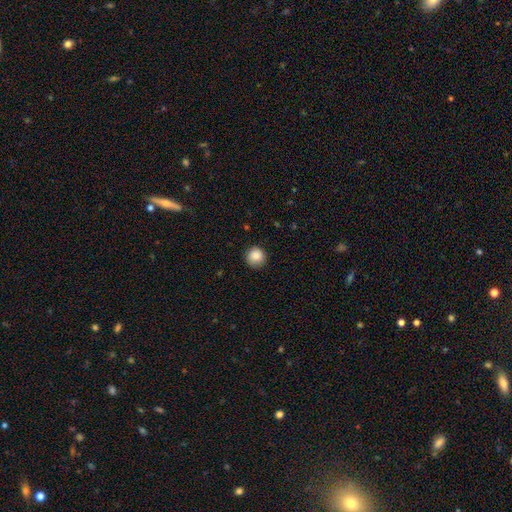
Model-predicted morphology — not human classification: Smooth or featured? smooth (87%)
How rounded? round (94%)
Merging? none (89%)